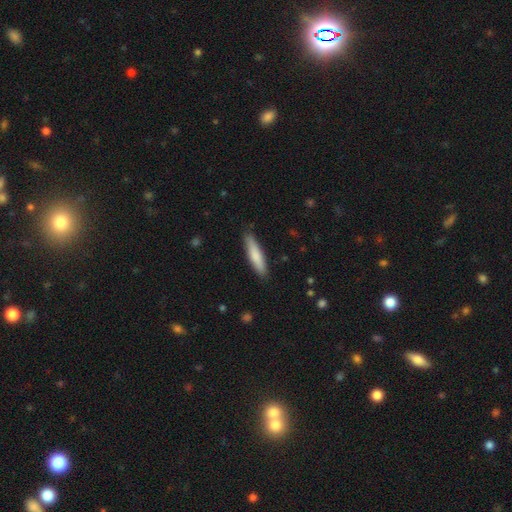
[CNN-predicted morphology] The model was most divided on "smooth or featured": smooth: 78%, featured or disk: 17%, star or artifact: 5%. More confident: merging — none (87%); how rounded — cigar-shaped (82%).